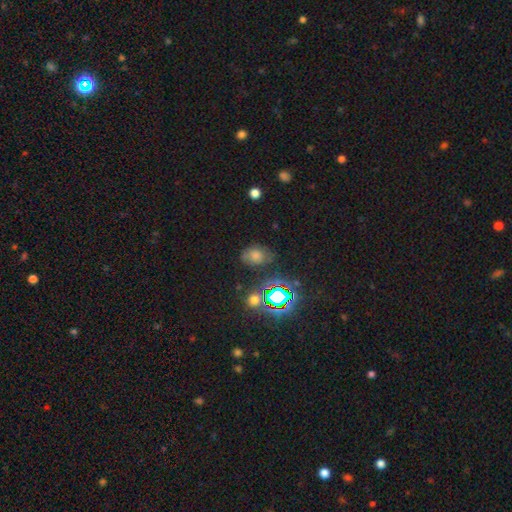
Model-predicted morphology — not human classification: type=smooth (45%); merging=none (73%).